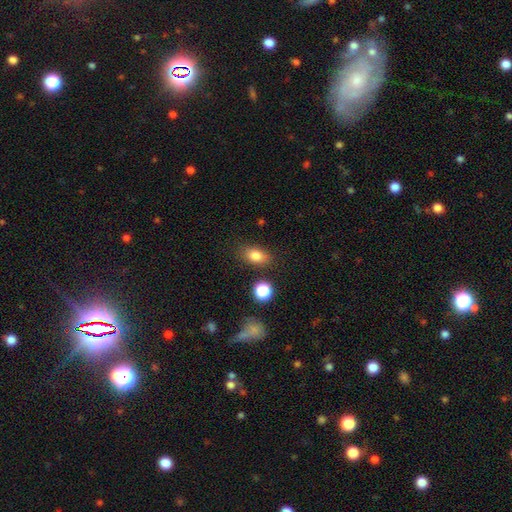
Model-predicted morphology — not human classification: A smooth galaxy with no disk features (82%) that is in between round and cigar-shaped (81%).

Vote fractions:
- Smooth or featured? smooth: 82% / star or artifact: 10% / featured or disk: 8%
- How rounded? in between: 81% / round: 16% / cigar-shaped: 3%
- Merging? none: 81% / minor disturbance: 12% / major disturbance: 3% / merger: 3%